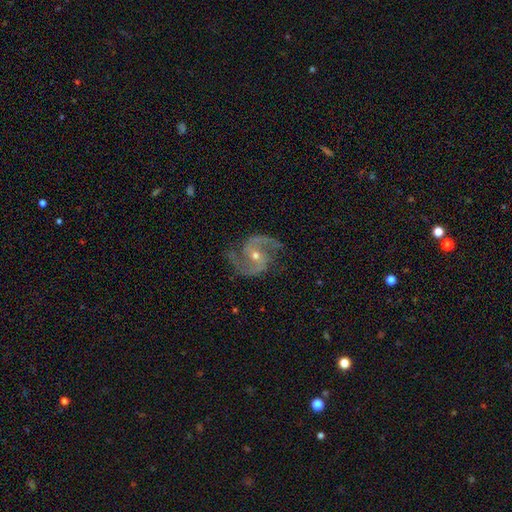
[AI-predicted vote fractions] The model was most divided on "bulge size": small: 51%, moderate: 46%, large: 1%, none: 1%, dominant: 1%. More confident: spiral arms — yes (98%); edge-on disk — no (98%); smooth or featured — featured or disk (92%); spiral arm count — 2 (91%); merging — none (79%); spiral winding — medium (60%); bar — no (52%).